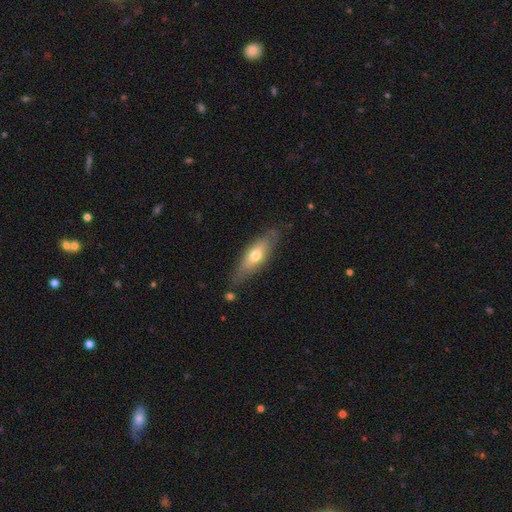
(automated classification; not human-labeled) Smooth or featured?
  - smooth: 57% *
  - featured or disk: 37%
  - star or artifact: 6%
How rounded?
  - in between: 51% *
  - cigar-shaped: 47%
  - round: 2%
Merging?
  - none: 76% *
  - minor disturbance: 17%
  - major disturbance: 4%
  - merger: 3%